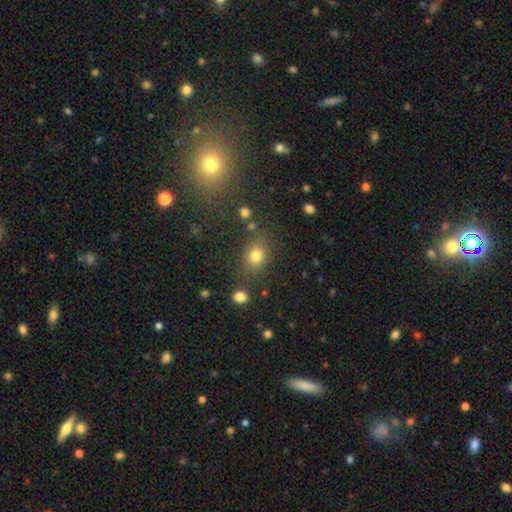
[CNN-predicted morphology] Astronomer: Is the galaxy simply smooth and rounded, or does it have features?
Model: smooth — 76%.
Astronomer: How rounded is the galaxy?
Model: round — 52% (runner-up: in between, 46%).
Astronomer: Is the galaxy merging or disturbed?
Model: none — 76%.